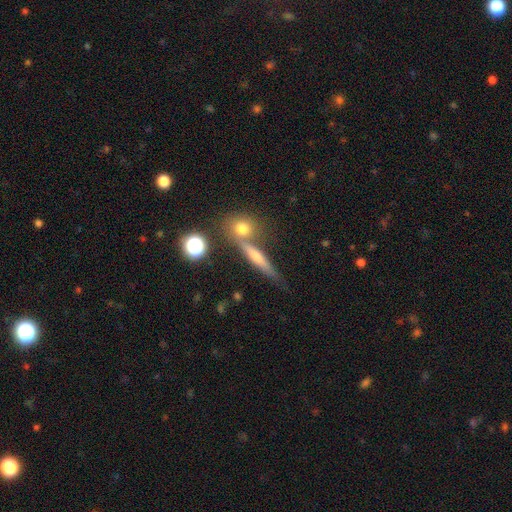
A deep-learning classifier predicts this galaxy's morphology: Smooth or featured: featured or disk — 44% (smooth — 43%)
Merging: none — 67% (merger — 18%)